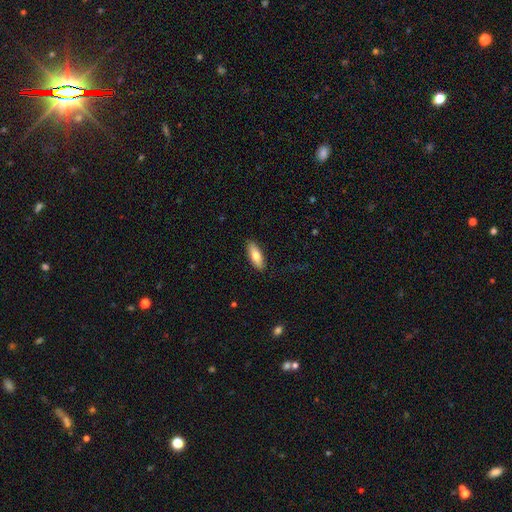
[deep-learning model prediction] smooth_or_featured: smooth (p=0.75) [alt: featured or disk p=0.19]
how_rounded: in between (p=0.68) [alt: cigar-shaped p=0.29]
merging: none (p=0.88) [alt: minor disturbance p=0.09]